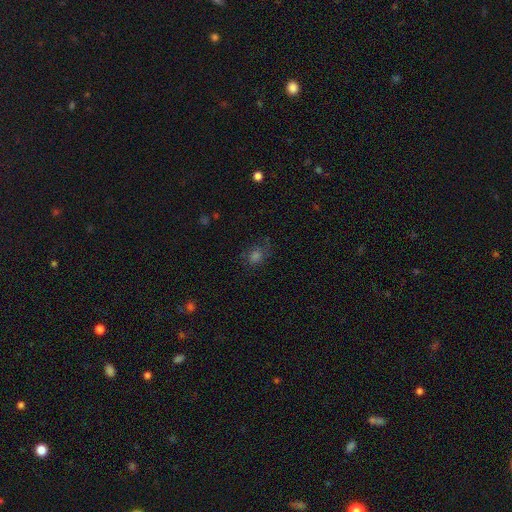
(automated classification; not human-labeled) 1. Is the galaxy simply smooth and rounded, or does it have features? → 50% smooth, 28% star or artifact, 21% featured or disk.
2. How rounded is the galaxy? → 60% round, 38% in between, 1% cigar-shaped.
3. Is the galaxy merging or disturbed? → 67% none, 19% minor disturbance, 13% major disturbance, 2% merger.